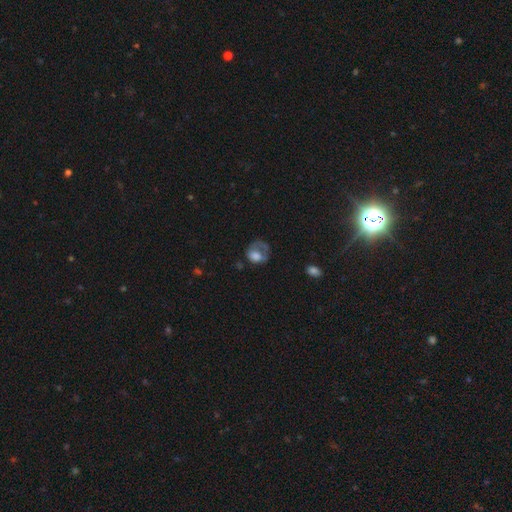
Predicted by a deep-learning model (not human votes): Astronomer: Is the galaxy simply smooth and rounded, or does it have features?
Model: smooth — 59%.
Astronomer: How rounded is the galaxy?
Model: round — 58% (runner-up: in between, 41%).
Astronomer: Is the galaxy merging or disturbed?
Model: major disturbance — 45% (runner-up: none, 30%).